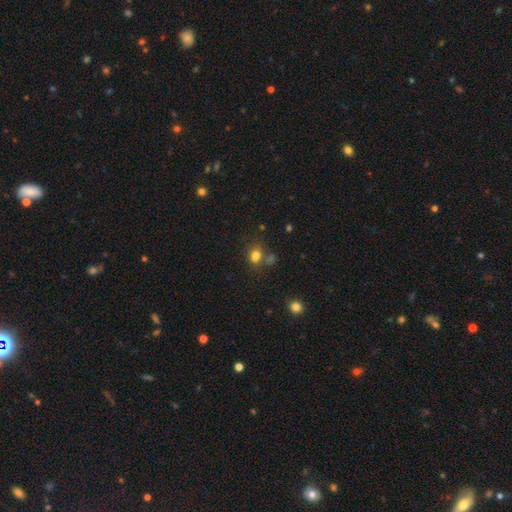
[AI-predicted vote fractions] Smooth or featured? smooth (76%)
How rounded? in between (57%)
Merging? none (52%)